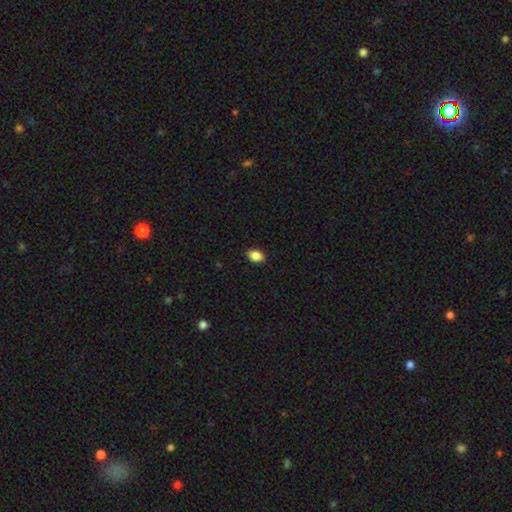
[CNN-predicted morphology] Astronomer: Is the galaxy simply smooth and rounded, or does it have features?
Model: smooth — 87%.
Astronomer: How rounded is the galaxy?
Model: in between — 82%.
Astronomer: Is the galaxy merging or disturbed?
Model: none — 89%.